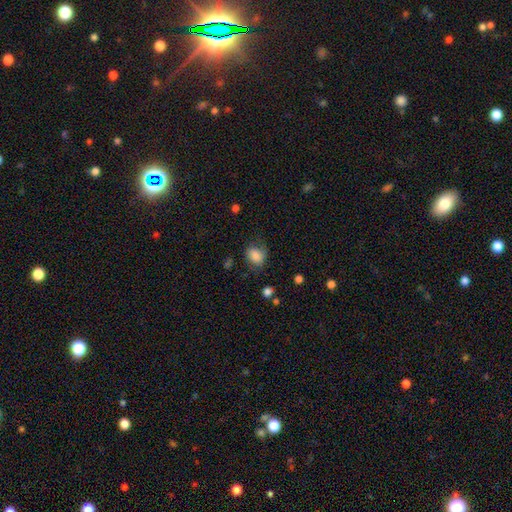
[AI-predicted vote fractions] Overall: smooth (79%). How rounded: round (51%; in between 48%). Merging: none (55%; minor disturbance 28%).